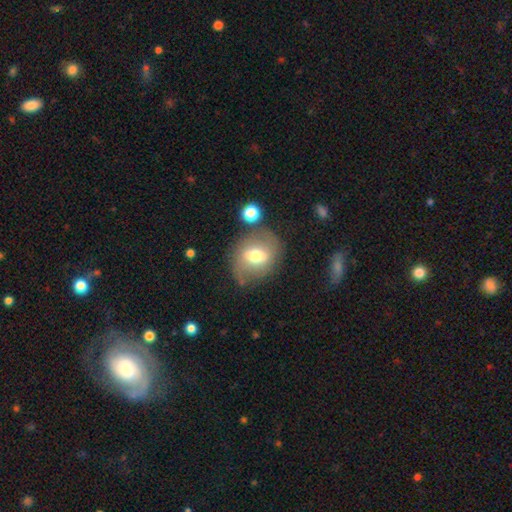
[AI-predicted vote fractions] Smooth or featured: smooth — 54% (featured or disk — 37%)
How rounded: round — 62% (in between — 37%)
Merging: none — 68% (minor disturbance — 17%)